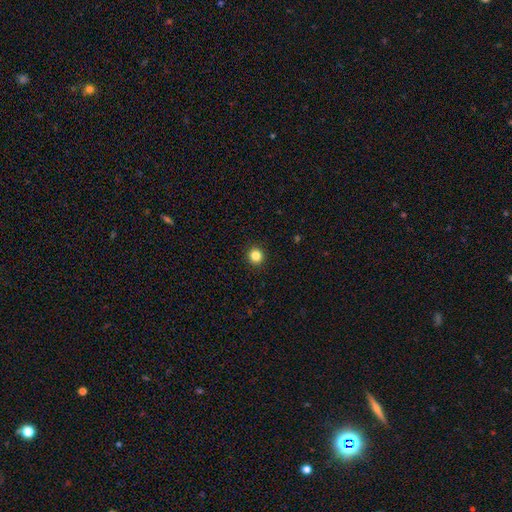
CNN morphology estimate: Smooth or featured: smooth — 84% (star or artifact — 12%)
How rounded: round — 94% (in between — 5%)
Merging: none — 93% (minor disturbance — 4%)